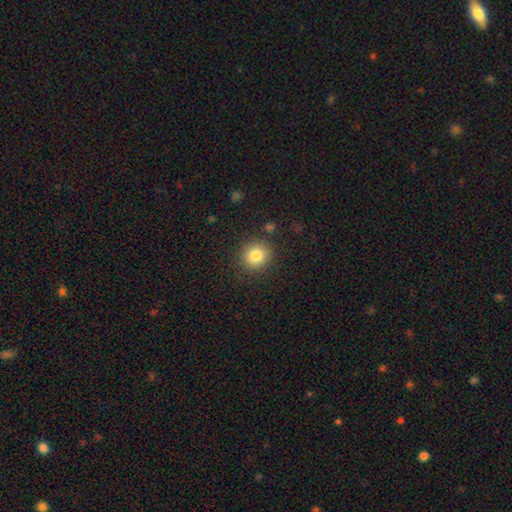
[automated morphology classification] Smooth or featured?
  - smooth: 82% *
  - star or artifact: 11%
  - featured or disk: 7%
How rounded?
  - round: 89% *
  - in between: 10%
  - cigar-shaped: 1%
Merging?
  - none: 87% *
  - minor disturbance: 8%
  - major disturbance: 3%
  - merger: 2%